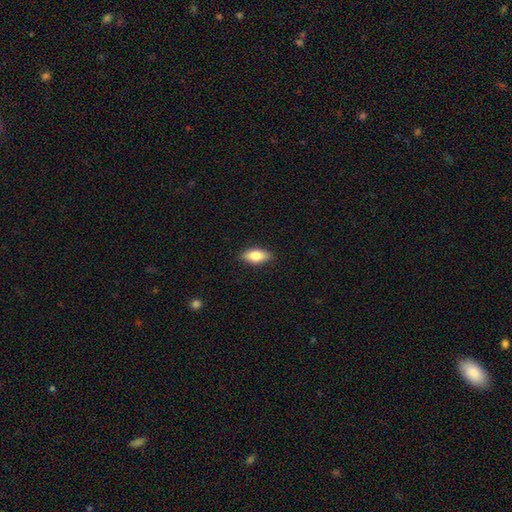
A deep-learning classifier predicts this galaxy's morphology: Overall: smooth (75%). How rounded: in between (84%). Merging: none (86%).